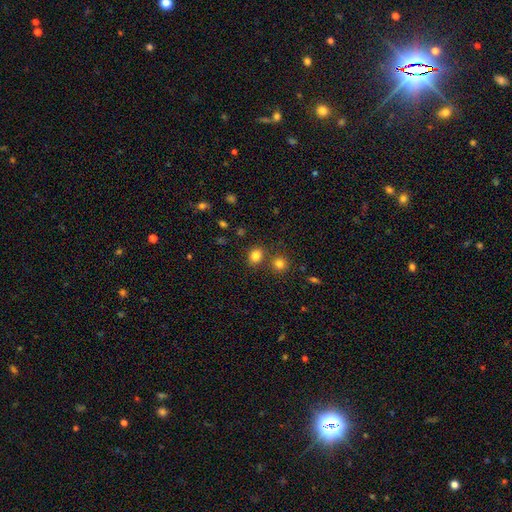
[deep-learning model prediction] This is clearly a smooth galaxy (82%). How rounded: likely round (60%). Merging: likely none (74%).